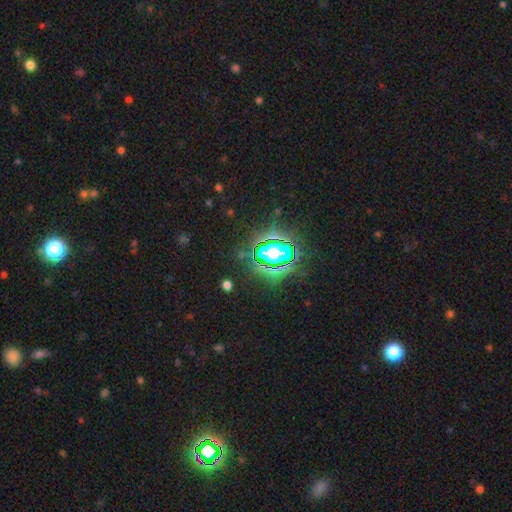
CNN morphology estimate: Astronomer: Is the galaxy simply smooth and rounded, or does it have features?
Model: star or artifact — 81%.